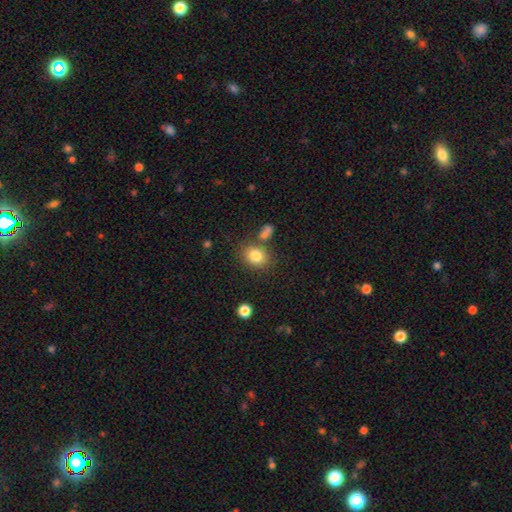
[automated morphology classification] Smooth or featured? Predicted: smooth (p=0.82). How rounded? Predicted: round (p=0.50). Merging? Predicted: none (p=0.73).